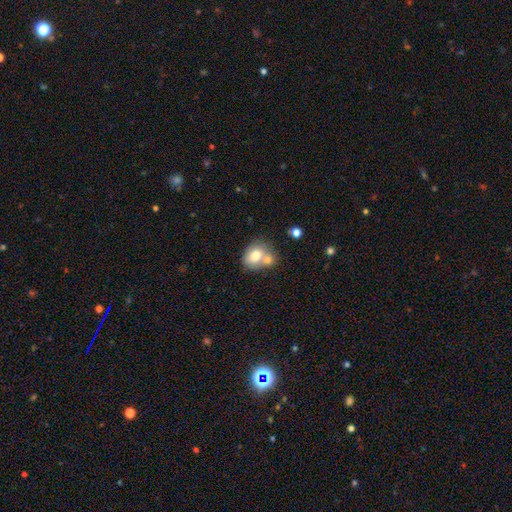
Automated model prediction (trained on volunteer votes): Smooth or featured? smooth (73%)
How rounded? in between (54%)
Merging? merger (47%)